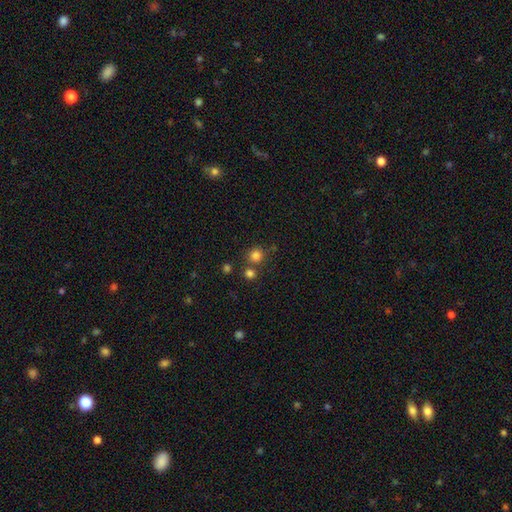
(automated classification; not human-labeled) A smooth galaxy with no disk features (80%) that is round (91%).

Vote fractions:
- Smooth or featured? smooth: 80% / star or artifact: 14% / featured or disk: 5%
- How rounded? round: 91% / in between: 8% / cigar-shaped: 1%
- Merging? none: 73% / merger: 16% / minor disturbance: 8% / major disturbance: 3%